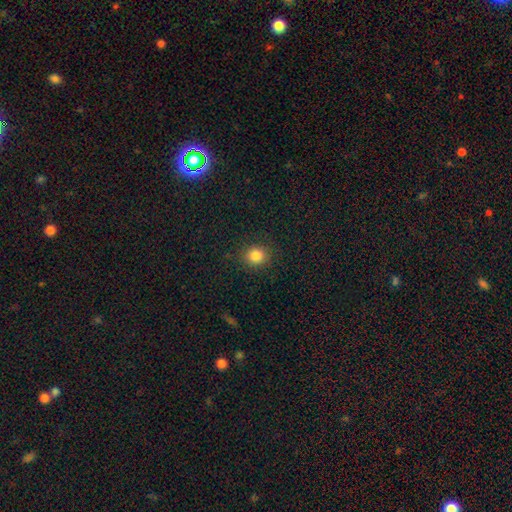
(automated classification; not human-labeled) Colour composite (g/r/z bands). It shows a smooth galaxy with no disk features (84%) that is round (84%). Merging: none (89%).